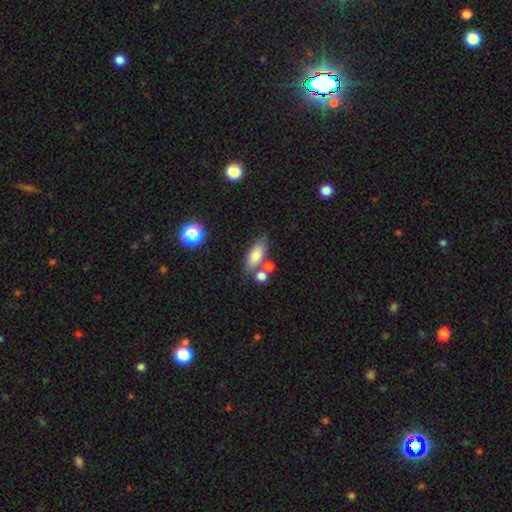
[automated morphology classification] The model was most divided on "merging": none: 61%, merger: 20%, minor disturbance: 14%, major disturbance: 5%. More confident: smooth or featured — smooth (77%); how rounded — in between (72%).